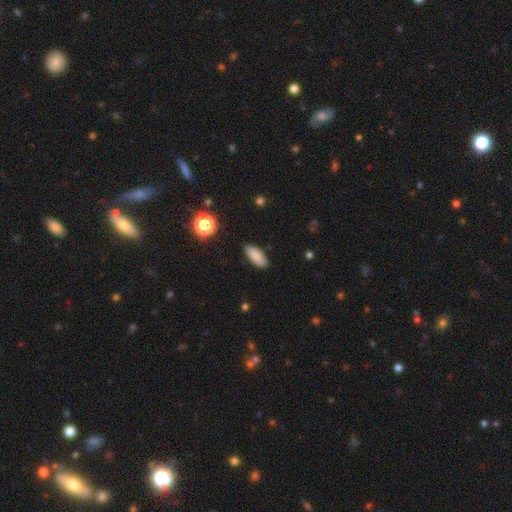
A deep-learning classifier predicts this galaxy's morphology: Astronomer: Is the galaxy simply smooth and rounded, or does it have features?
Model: smooth — 86%.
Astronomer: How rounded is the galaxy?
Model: in between — 79%.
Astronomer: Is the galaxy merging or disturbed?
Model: none — 88%.